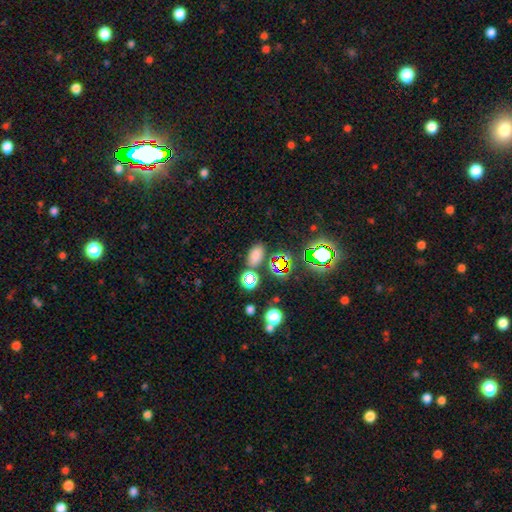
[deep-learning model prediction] A smooth galaxy with no disk features (68%) that is in between round and cigar-shaped (87%). Merging: none (77%).